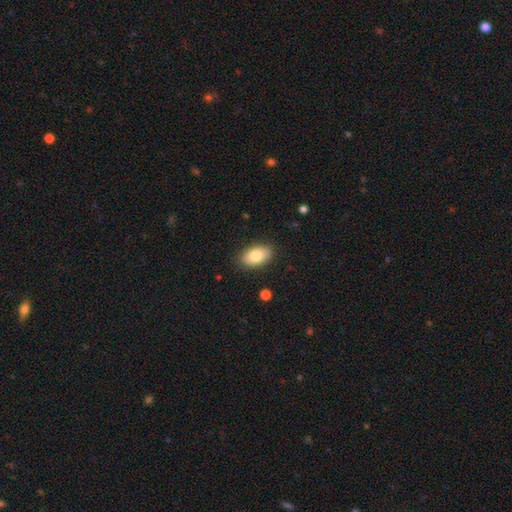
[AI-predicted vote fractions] A smooth galaxy with no disk features (83%) that is in between round and cigar-shaped (92%). Merging: none (86%).